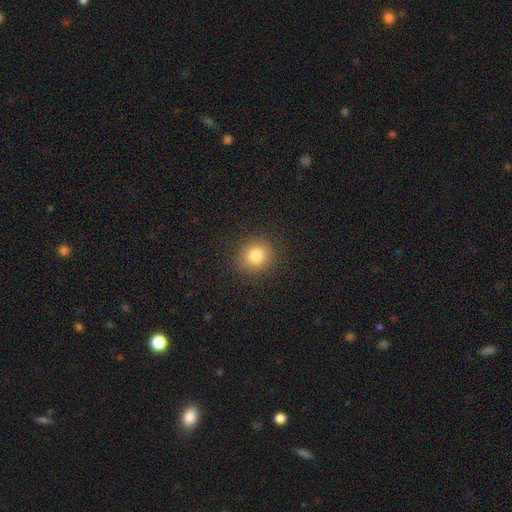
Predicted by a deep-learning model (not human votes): Smooth or featured?
  - smooth: 82% *
  - star or artifact: 12%
  - featured or disk: 6%
How rounded?
  - round: 78% *
  - in between: 21%
  - cigar-shaped: 1%
Merging?
  - none: 88% *
  - minor disturbance: 8%
  - major disturbance: 3%
  - merger: 1%